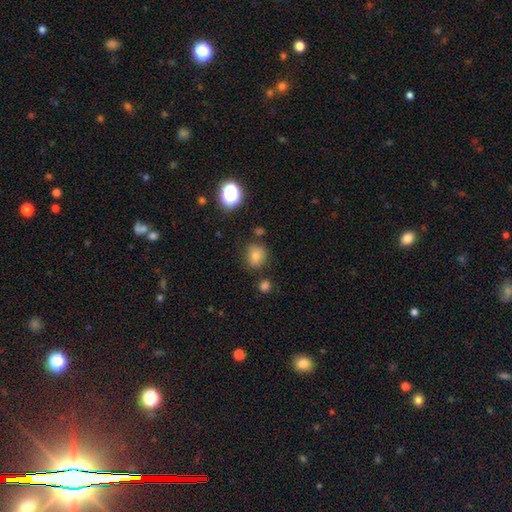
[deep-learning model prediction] smooth_or_featured: smooth (p=0.75) [alt: star or artifact p=0.16]
how_rounded: round (p=0.79) [alt: in between p=0.20]
merging: none (p=0.77) [alt: minor disturbance p=0.14]